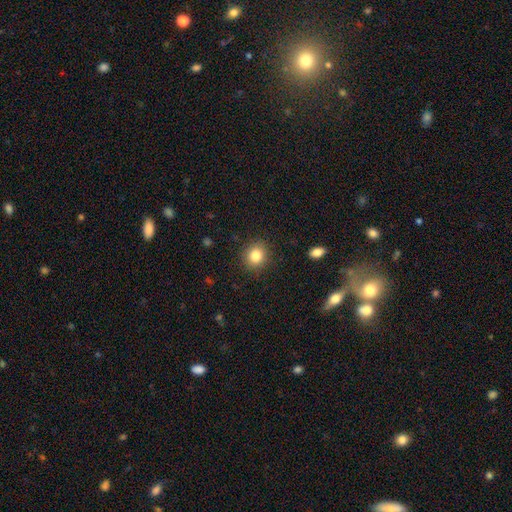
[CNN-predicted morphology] smooth 83%, star or artifact 10%, featured or disk 6%. Down the decision tree: how rounded — round (80%); merging — none (89%).